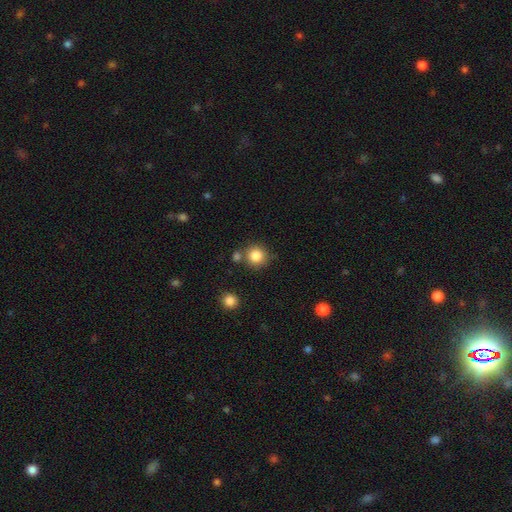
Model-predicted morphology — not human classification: smooth 84%, star or artifact 10%, featured or disk 6%. Down the decision tree: how rounded — round (91%); merging — none (74%).